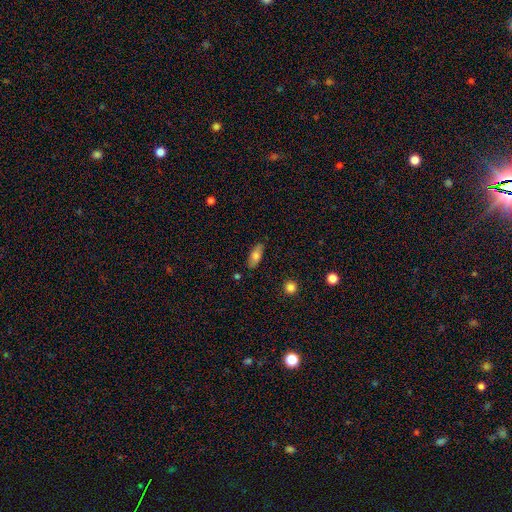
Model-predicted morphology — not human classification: A smooth galaxy with no disk features (74%) that is in between round and cigar-shaped (77%). Merging: none (83%).